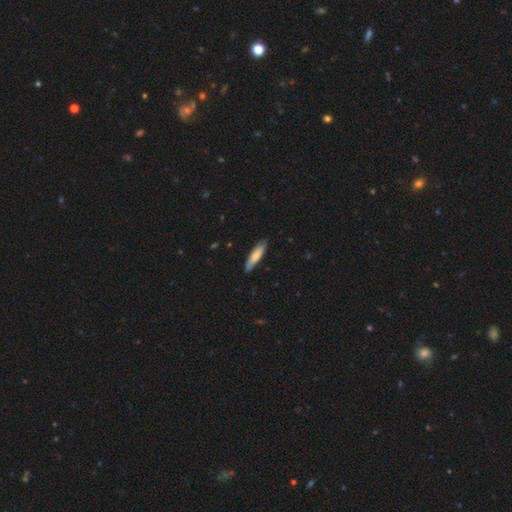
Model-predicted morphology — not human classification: This is likely a smooth galaxy (74%). How rounded: likely cigar-shaped (75%). Merging: clearly none (85%).